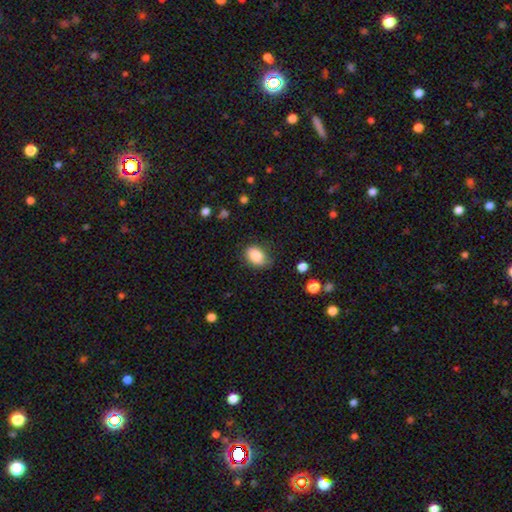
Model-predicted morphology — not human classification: Smooth or featured?
  - smooth: 85% *
  - star or artifact: 8%
  - featured or disk: 7%
How rounded?
  - in between: 71% *
  - round: 27%
  - cigar-shaped: 1%
Merging?
  - none: 65% *
  - minor disturbance: 27%
  - major disturbance: 7%
  - merger: 2%